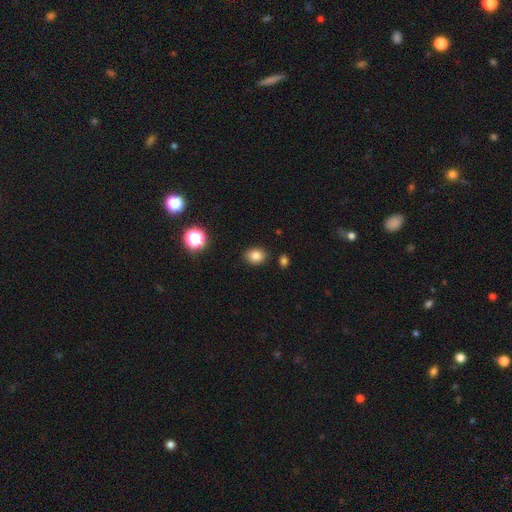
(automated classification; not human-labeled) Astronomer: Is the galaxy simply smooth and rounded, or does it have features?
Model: smooth — 83%.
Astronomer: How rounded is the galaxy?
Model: in between — 51% (runner-up: round, 48%).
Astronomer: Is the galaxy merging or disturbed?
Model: none — 87%.